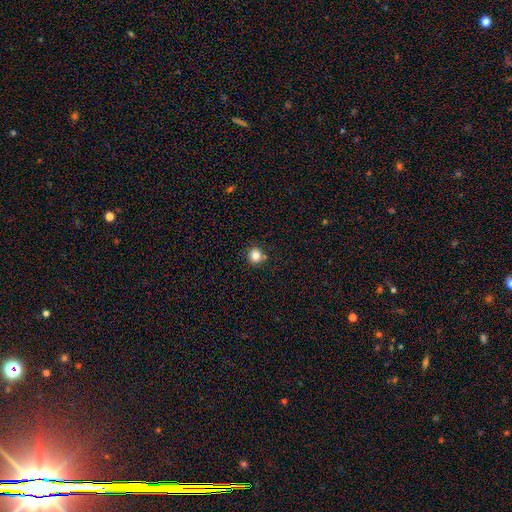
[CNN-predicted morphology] A smooth galaxy with no disk features (82%) that is round (91%). Merging: none (84%).